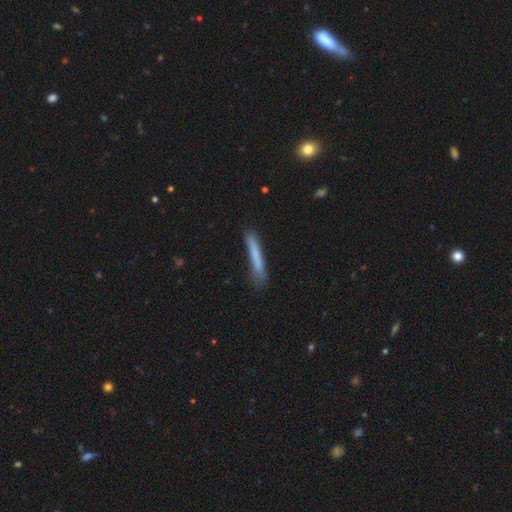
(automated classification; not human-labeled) Smooth or featured? smooth (73%)
How rounded? cigar-shaped (95%)
Merging? none (73%)